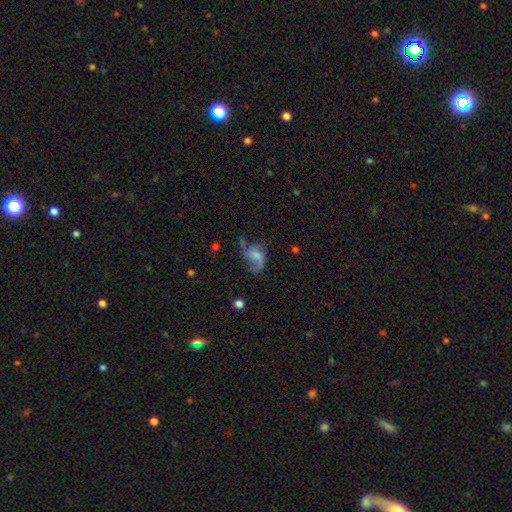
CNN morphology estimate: smooth-or-featured: featured or disk: 59% | smooth: 31% | star or artifact: 11%
  disk-edge-on: no: 97% | yes: 3%
    bar: no: 62% | weak: 32% | strong: 6%
    has-spiral-arms: yes: 79% | no: 21%
    bulge-size: none: 36% | moderate: 26% | small: 23% | large: 13% | dominant: 3%
  merging: major disturbance: 38% | none: 35% | minor disturbance: 22% | merger: 5%